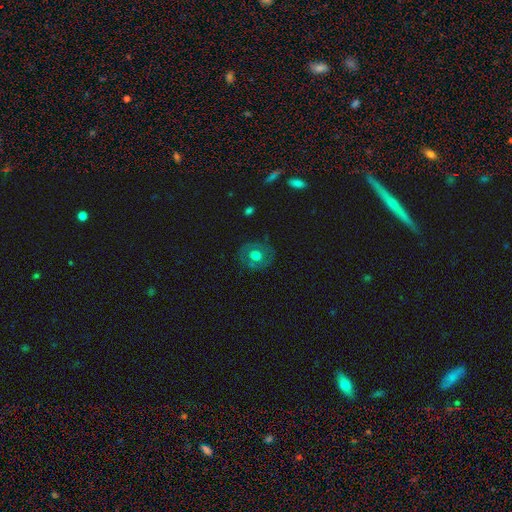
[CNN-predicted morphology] Smooth or featured: smooth — 49% (featured or disk — 42%)
Merging: none — 80% (minor disturbance — 13%)